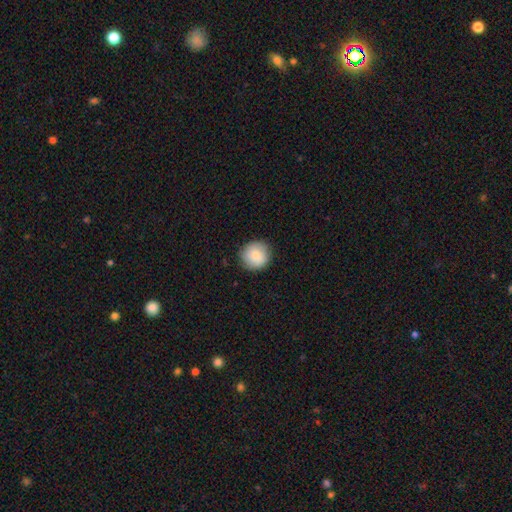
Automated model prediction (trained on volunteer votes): smooth-or-featured: smooth: 85% | featured or disk: 8% | star or artifact: 7%
  how-rounded: round: 94% | in between: 6% | cigar-shaped: 1%
  merging: none: 88% | minor disturbance: 9% | major disturbance: 2% | merger: 1%